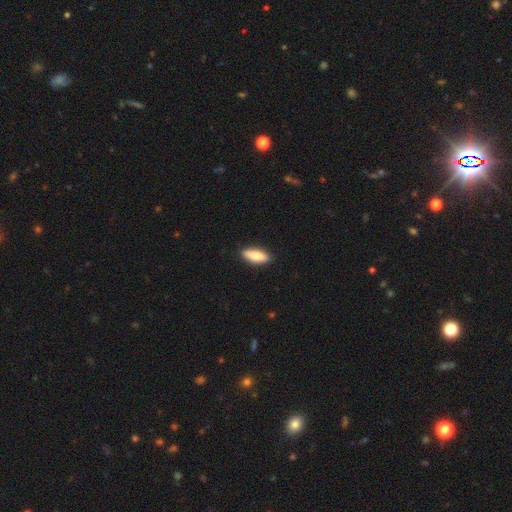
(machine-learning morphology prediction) smooth 83%, featured or disk 12%, star or artifact 6%. Down the decision tree: how rounded — in between (66%); merging — none (89%).